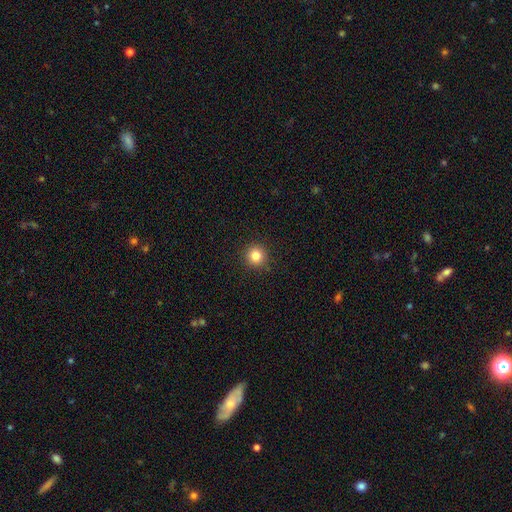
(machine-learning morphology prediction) Smooth or featured: smooth — 83% (star or artifact — 11%)
How rounded: round — 94% (in between — 5%)
Merging: none — 92% (minor disturbance — 5%)